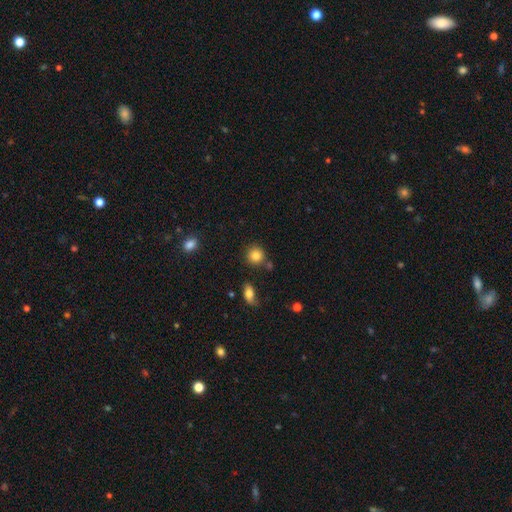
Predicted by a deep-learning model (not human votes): Smooth or featured? smooth (85%)
How rounded? round (89%)
Merging? none (82%)